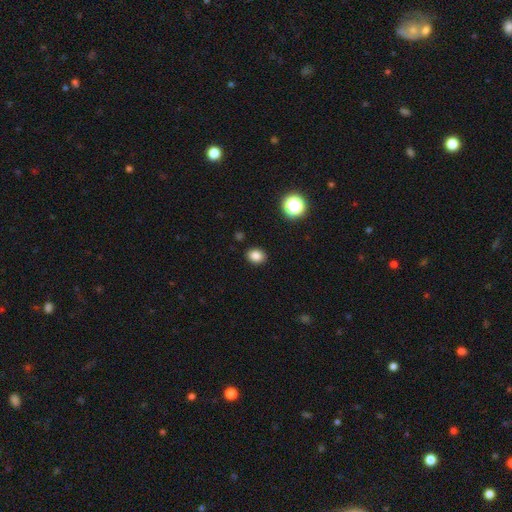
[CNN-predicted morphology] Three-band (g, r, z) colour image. It shows a smooth galaxy with no disk features (83%) that is round (51%). Merging: none (89%).